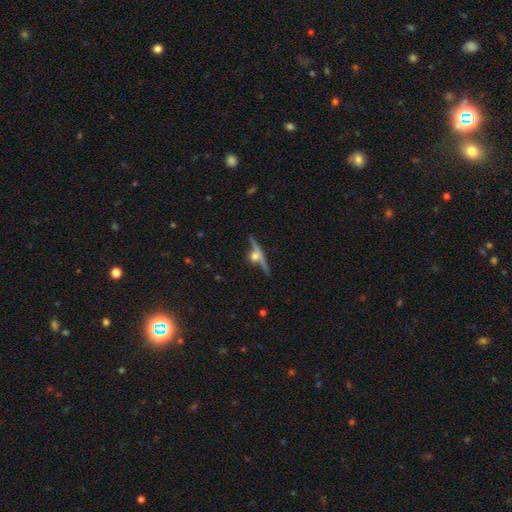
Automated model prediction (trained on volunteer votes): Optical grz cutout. It shows a featured or disk galaxy (65%) viewed edge-on (89%) with a rounded central bulge (84%). Merging: none (67%).